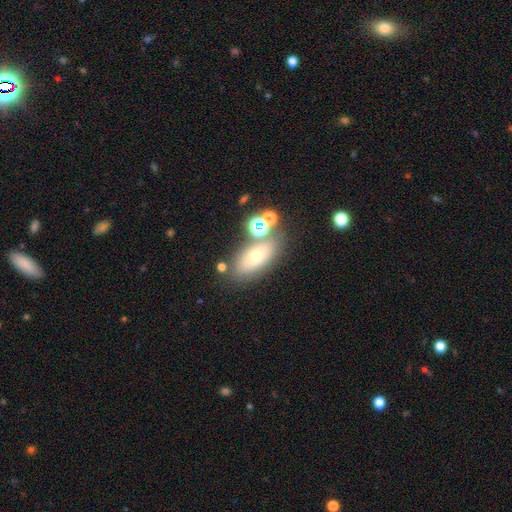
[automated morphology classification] A smooth galaxy with no disk features (55%) that is in between round and cigar-shaped (78%). Merging: none (66%).